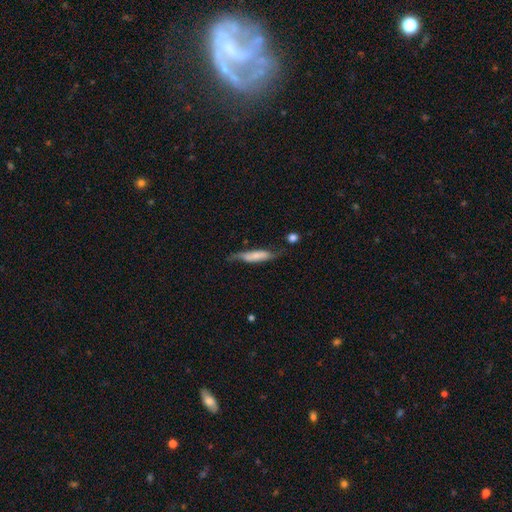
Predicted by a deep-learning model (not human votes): The model was most divided on "smooth or featured": smooth: 54%, featured or disk: 40%, star or artifact: 6%. Remaining: how rounded — cigar-shaped (72%); merging — none (50%).